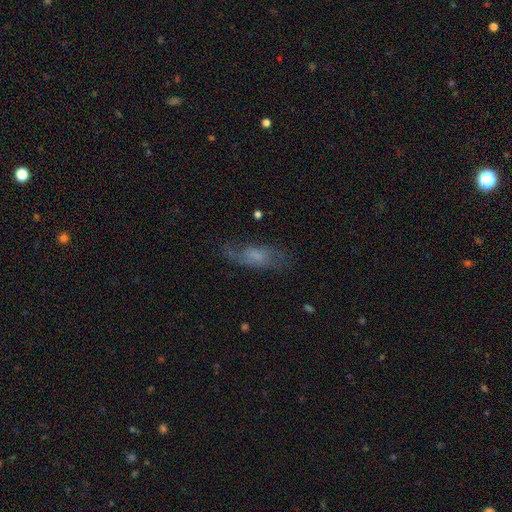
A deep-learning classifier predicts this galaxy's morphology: A featured or disk galaxy (50%). Merging: none (62%).